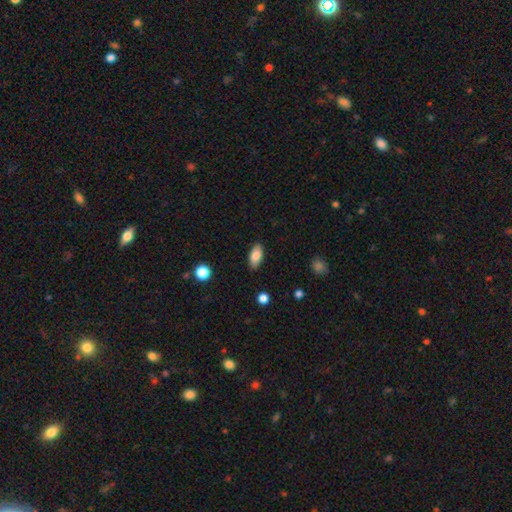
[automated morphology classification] type=smooth (85%); roundness=in between (88%); merging=none (86%).